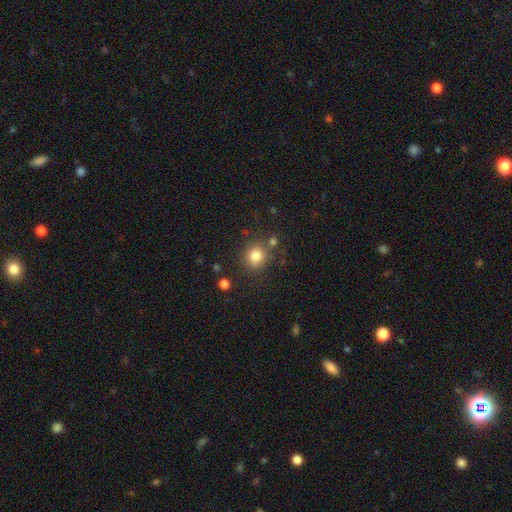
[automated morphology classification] A smooth galaxy with no disk features (81%) that is round (88%). Merging: none (78%).